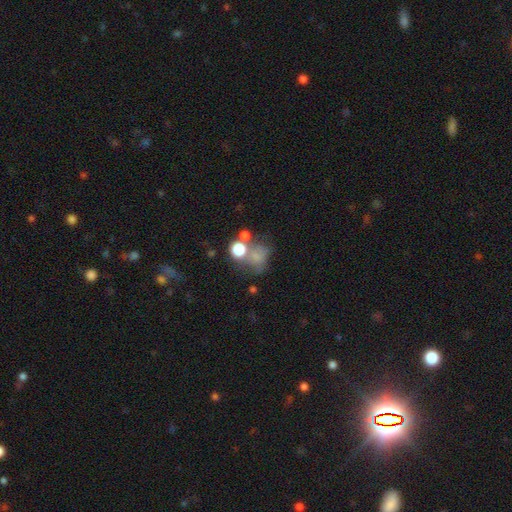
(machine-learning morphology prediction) type=smooth (61%); roundness=round (64%); merging=none (34%).